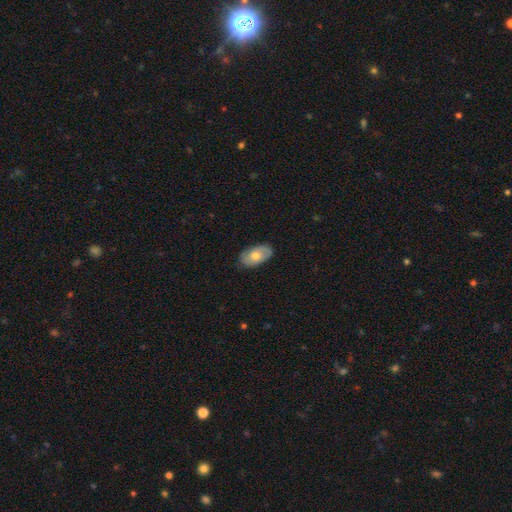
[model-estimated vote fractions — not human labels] Smooth or featured: smooth — 59% (featured or disk — 35%)
How rounded: in between — 93% (round — 5%)
Merging: none — 84% (minor disturbance — 13%)